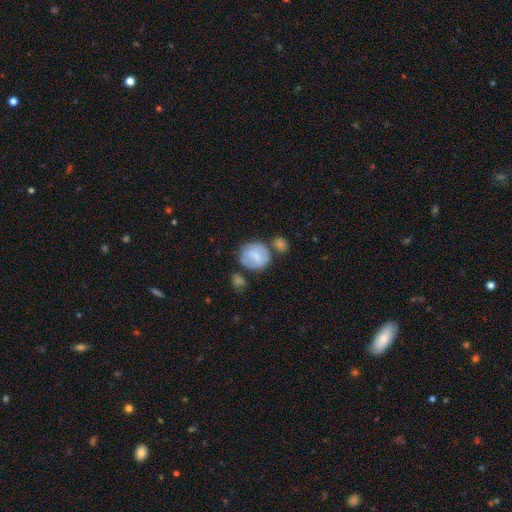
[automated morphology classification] Smooth or featured?
  - smooth: 69% *
  - featured or disk: 24%
  - star or artifact: 7%
How rounded?
  - round: 78% *
  - in between: 21%
  - cigar-shaped: 1%
Merging?
  - none: 51% *
  - minor disturbance: 21%
  - merger: 20%
  - major disturbance: 8%